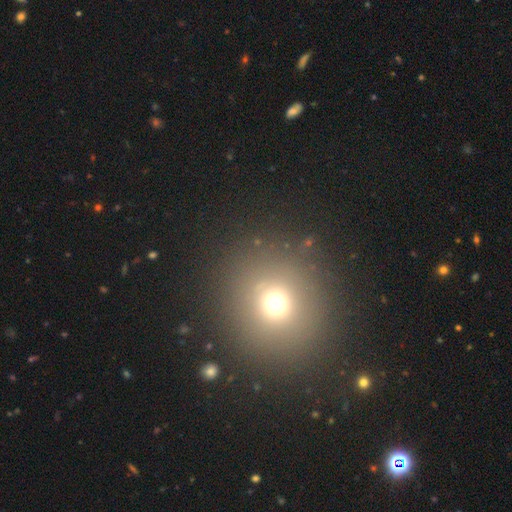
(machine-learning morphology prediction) smooth_or_featured: smooth (p=0.66) [alt: star or artifact p=0.25]
how_rounded: round (p=0.89) [alt: in between p=0.10]
merging: none (p=0.89) [alt: minor disturbance p=0.06]